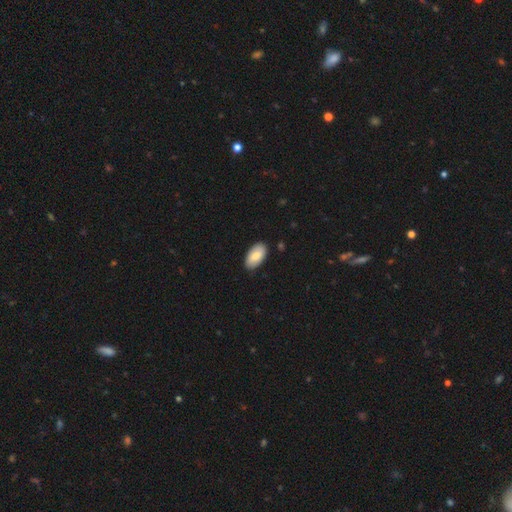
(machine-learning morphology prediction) type=smooth (80%); roundness=in between (96%); merging=none (87%).